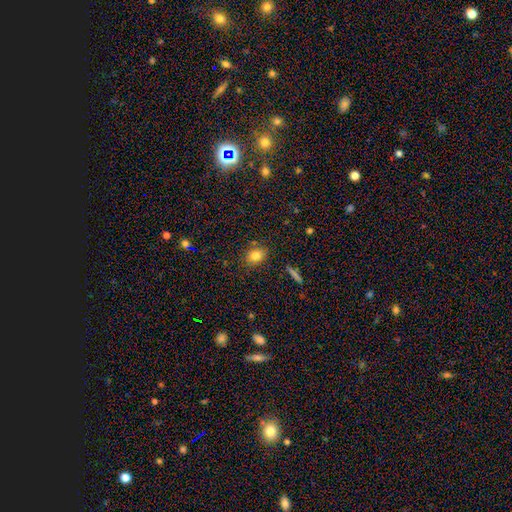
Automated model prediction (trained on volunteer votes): A smooth galaxy with no disk features (80%) that is in between round and cigar-shaped (55%). Merging: none (83%).